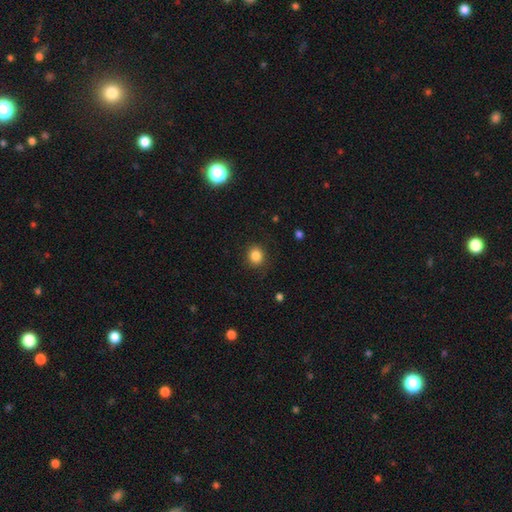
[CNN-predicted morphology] smooth 85%, star or artifact 11%, featured or disk 5%. Down the decision tree: how rounded — round (82%); merging — none (88%).